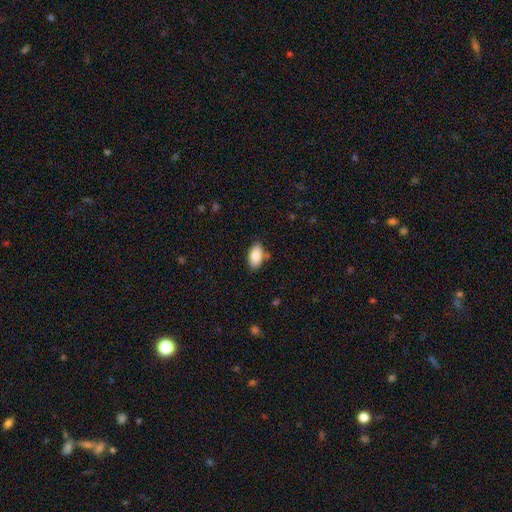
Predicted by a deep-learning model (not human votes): smooth 87%, star or artifact 7%, featured or disk 6%. Down the decision tree: how rounded — in between (94%); merging — none (81%).